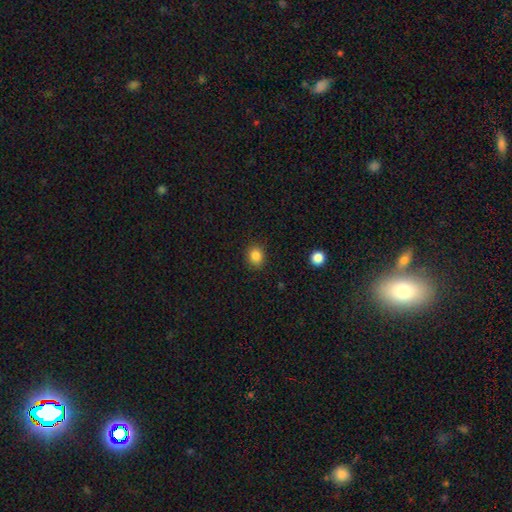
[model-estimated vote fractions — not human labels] Smooth or featured?
  - smooth: 85% *
  - star or artifact: 11%
  - featured or disk: 5%
How rounded?
  - round: 68% *
  - in between: 31%
  - cigar-shaped: 1%
Merging?
  - none: 88% *
  - minor disturbance: 8%
  - major disturbance: 2%
  - merger: 1%